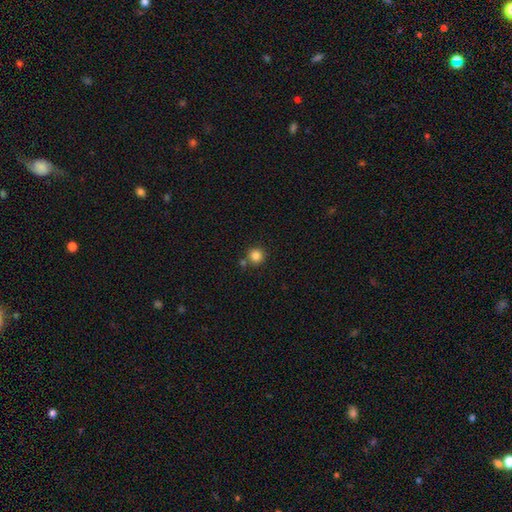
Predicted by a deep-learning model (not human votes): Overall: smooth (85%). How rounded: round (94%). Merging: none (76%).